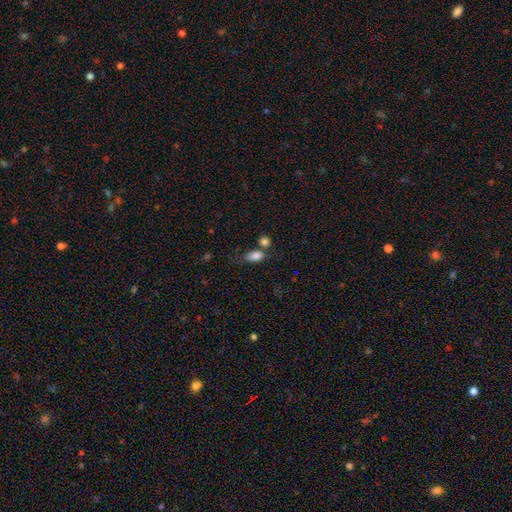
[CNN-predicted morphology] A smooth galaxy with no disk features (84%) that is in between round and cigar-shaped (87%). Merging: none (52%).